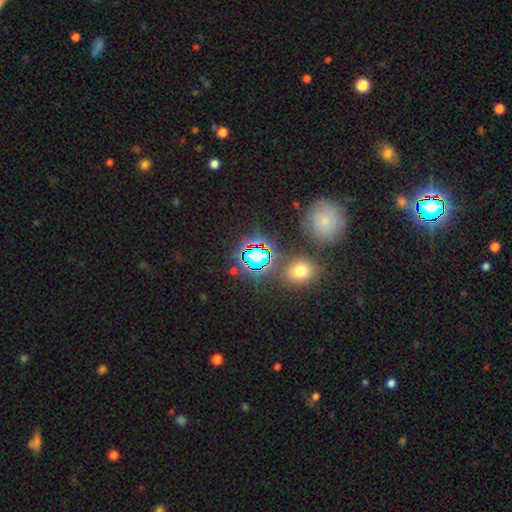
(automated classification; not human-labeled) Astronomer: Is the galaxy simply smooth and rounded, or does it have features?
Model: star or artifact — 67%.